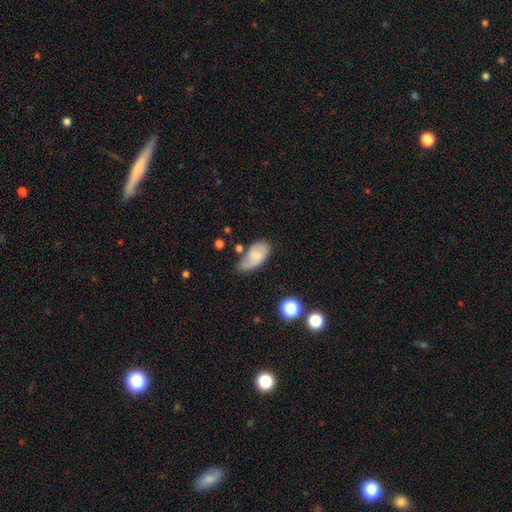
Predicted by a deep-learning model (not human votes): smooth 66%, featured or disk 27%, star or artifact 7%. Down the decision tree: how rounded — in between (93%); merging — none (46%).